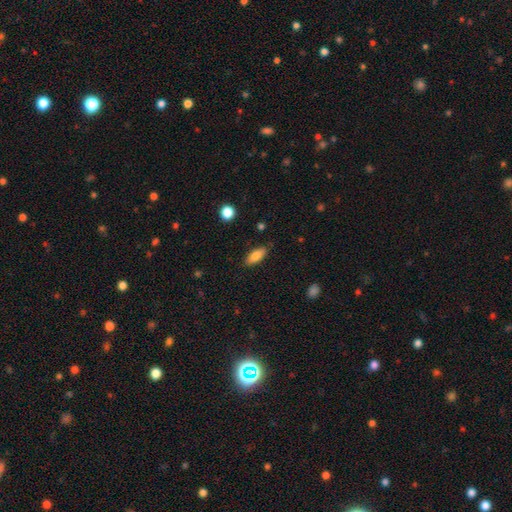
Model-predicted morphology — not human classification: smooth 81%, featured or disk 12%, star or artifact 7%. Down the decision tree: how rounded — in between (78%); merging — none (84%).